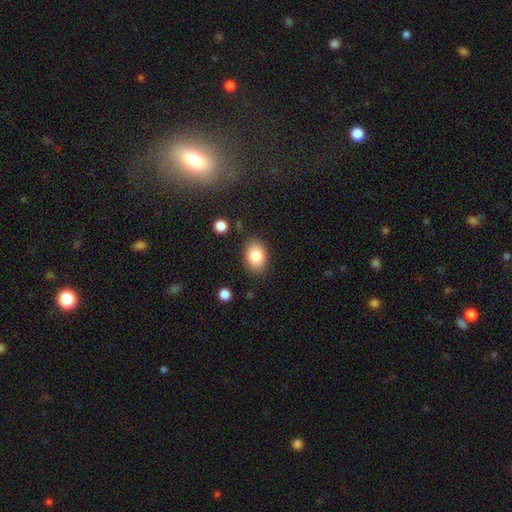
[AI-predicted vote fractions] A smooth galaxy with no disk features (83%) that is in between round and cigar-shaped (78%).

Vote fractions:
- Smooth or featured? smooth: 83% / featured or disk: 9% / star or artifact: 8%
- How rounded? in between: 78% / round: 20% / cigar-shaped: 1%
- Merging? none: 84% / minor disturbance: 11% / major disturbance: 3% / merger: 2%